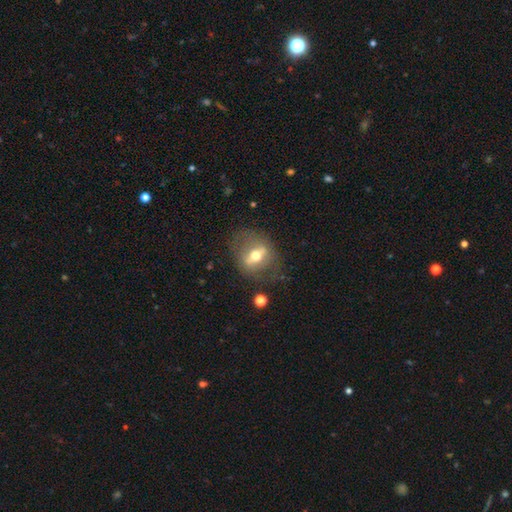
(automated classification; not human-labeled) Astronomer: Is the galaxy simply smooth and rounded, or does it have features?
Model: featured or disk — 58% (runner-up: smooth, 34%).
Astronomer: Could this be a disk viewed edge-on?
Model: no — 80%.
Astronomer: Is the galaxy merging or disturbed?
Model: none — 69%.